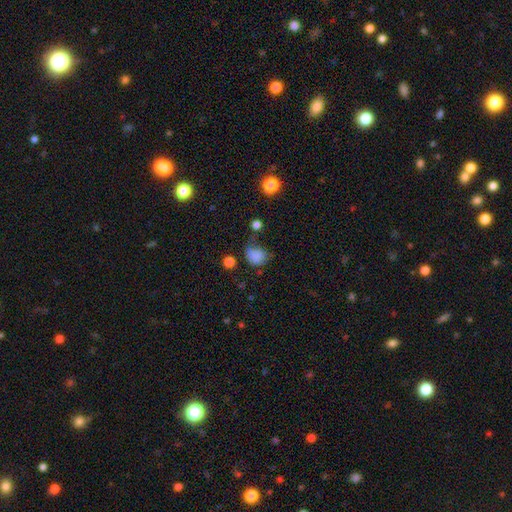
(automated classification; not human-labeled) This is clearly a smooth galaxy (81%). How rounded: possibly round (56%). Merging: marginally none (45%).